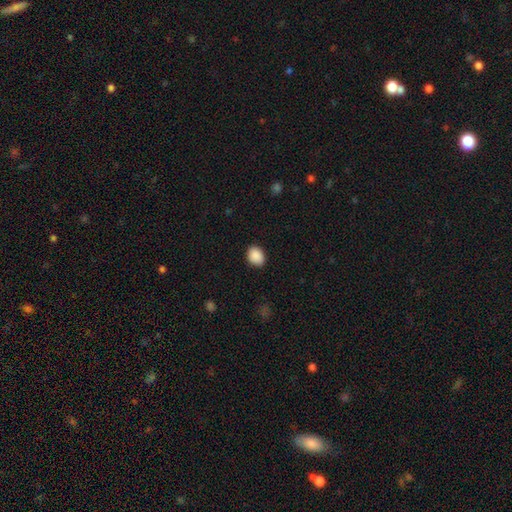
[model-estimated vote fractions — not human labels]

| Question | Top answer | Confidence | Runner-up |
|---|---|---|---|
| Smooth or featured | smooth | 90% | star or artifact (8%) |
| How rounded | in between | 62% | round (38%) |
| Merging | none | 88% | minor disturbance (9%) |